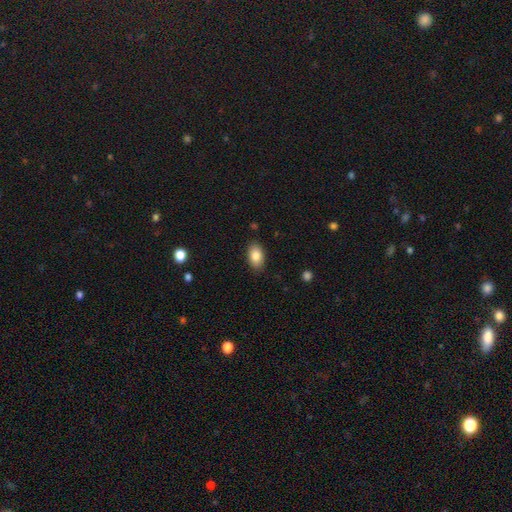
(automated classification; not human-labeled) The model was most divided on "merging": none: 86%, minor disturbance: 10%, major disturbance: 2%, merger: 1%. More confident: how rounded — in between (92%); smooth or featured — smooth (85%).